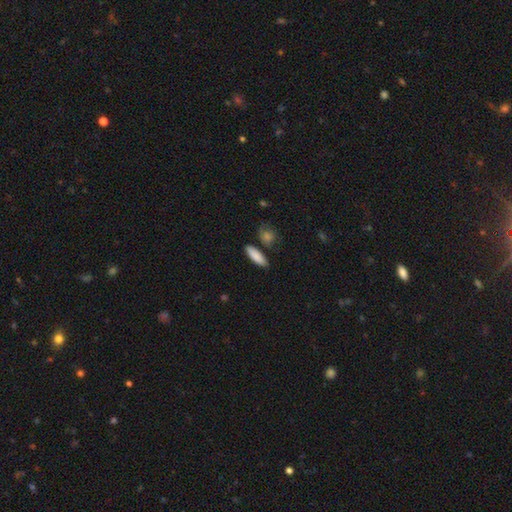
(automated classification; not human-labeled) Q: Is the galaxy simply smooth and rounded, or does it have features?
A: smooth — 86%.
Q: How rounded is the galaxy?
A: cigar-shaped — 50%.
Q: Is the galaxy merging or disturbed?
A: none — 81%.